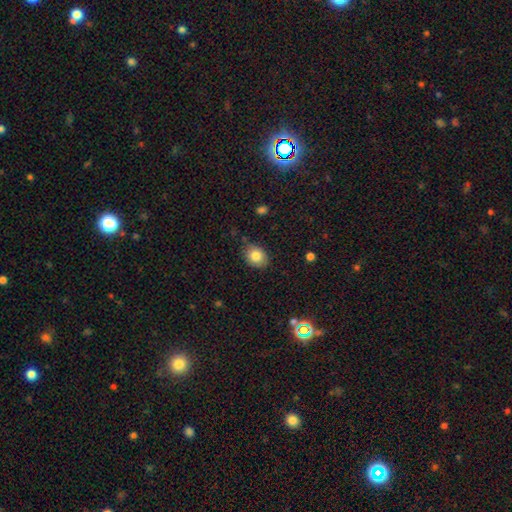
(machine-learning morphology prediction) The model was most divided on "how rounded": in between: 55%, round: 44%, cigar-shaped: 1%. More confident: smooth or featured — smooth (83%); merging — none (80%).